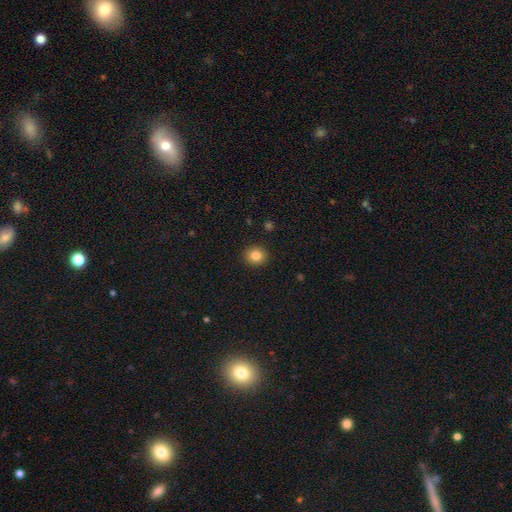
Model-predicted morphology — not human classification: The model was most divided on "how rounded": round: 83%, in between: 16%, cigar-shaped: 1%. More confident: merging — none (92%); smooth or featured — smooth (82%).